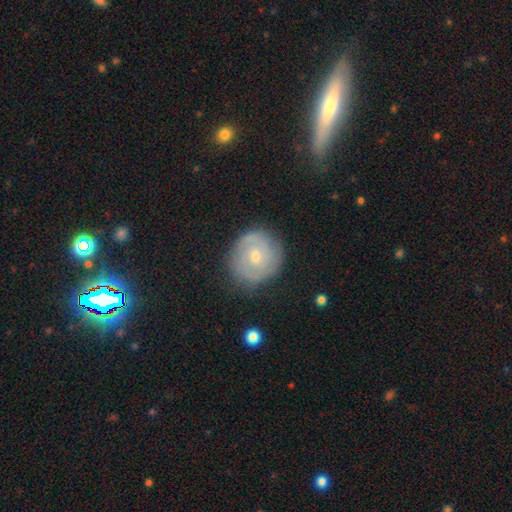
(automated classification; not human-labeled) Overall: featured or disk (65%; smooth 28%). Edge-on disk: no (97%). Bar: no (62%; weak 32%). Spiral arms: yes (82%). Spiral arm count: 2 (54%; can't tell 27%). Spiral winding: tight (64%; medium 28%). Bulge size: moderate (52%; small 44%). Merging: none (81%).